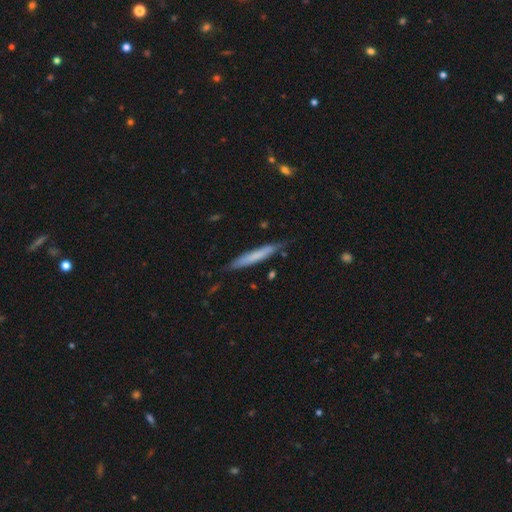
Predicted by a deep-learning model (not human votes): A smooth galaxy with no disk features (63%) that is cigar-shaped (95%). Merging: none (78%).